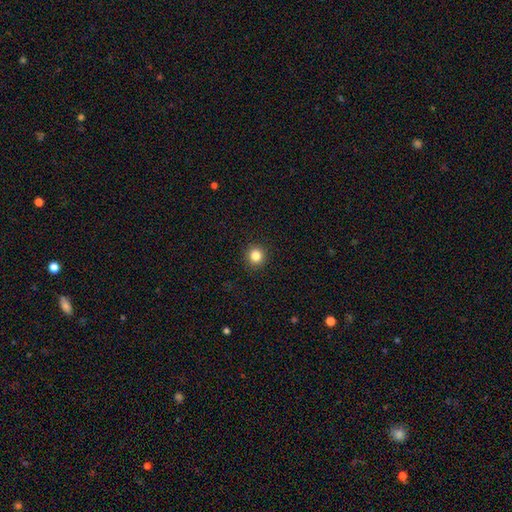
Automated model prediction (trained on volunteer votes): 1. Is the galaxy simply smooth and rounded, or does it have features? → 84% smooth, 12% star or artifact, 5% featured or disk.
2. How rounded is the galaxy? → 92% round, 7% in between, 1% cigar-shaped.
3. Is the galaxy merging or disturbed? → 92% none, 5% minor disturbance, 2% major disturbance, 1% merger.